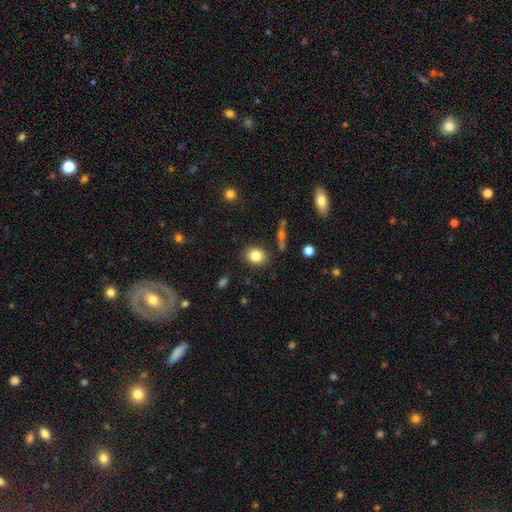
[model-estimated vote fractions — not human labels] A smooth galaxy with no disk features (83%) that is in between round and cigar-shaped (51%).

Vote fractions:
- Smooth or featured? smooth: 83% / star or artifact: 9% / featured or disk: 8%
- How rounded? in between: 51% / round: 47% / cigar-shaped: 1%
- Merging? none: 84% / minor disturbance: 10% / major disturbance: 3% / merger: 3%